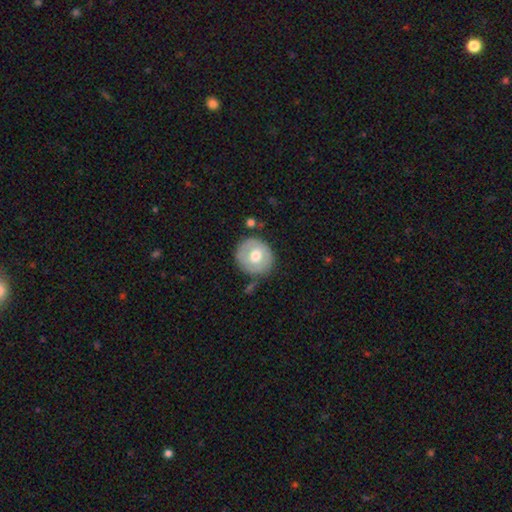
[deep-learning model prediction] A smooth galaxy with no disk features (61%) that is round (88%).

Vote fractions:
- Smooth or featured? smooth: 61% / featured or disk: 32% / star or artifact: 7%
- How rounded? round: 88% / in between: 11% / cigar-shaped: 1%
- Merging? none: 77% / minor disturbance: 14% / merger: 5% / major disturbance: 4%